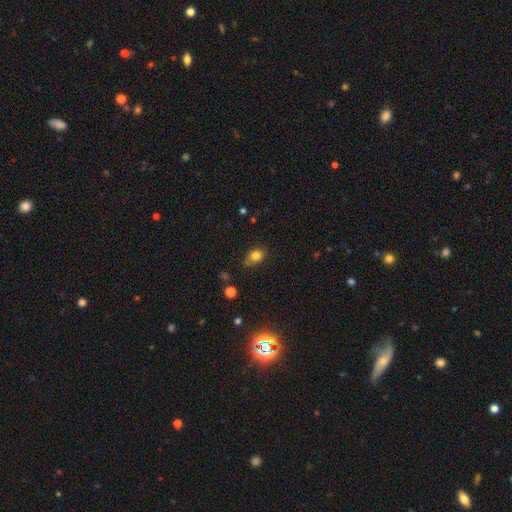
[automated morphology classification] smooth 81%, star or artifact 11%, featured or disk 8%. Down the decision tree: how rounded — in between (63%); merging — none (66%).